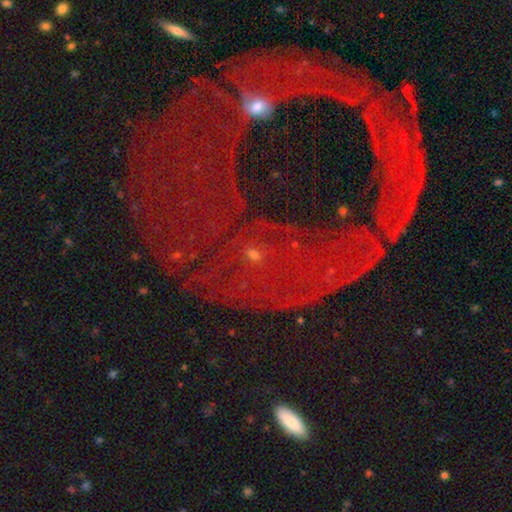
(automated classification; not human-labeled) A star or artifact, not a galaxy (64%).